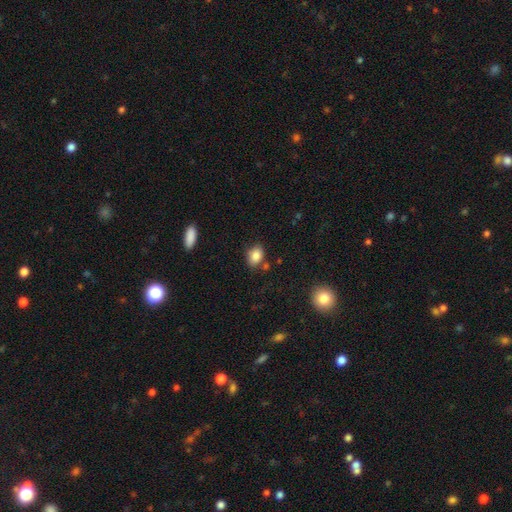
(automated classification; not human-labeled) smooth-or-featured: smooth: 86% | star or artifact: 9% | featured or disk: 6%
  how-rounded: in between: 75% | round: 23% | cigar-shaped: 1%
  merging: none: 75% | minor disturbance: 16% | merger: 6% | major disturbance: 4%